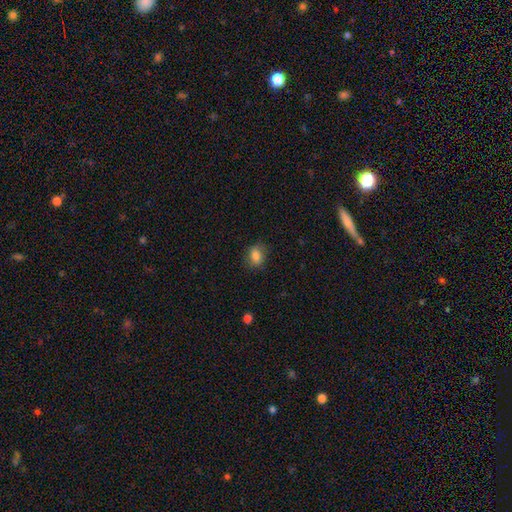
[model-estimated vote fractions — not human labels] This is clearly a smooth galaxy (82%). How rounded: likely in between (64%). Merging: likely none (77%).